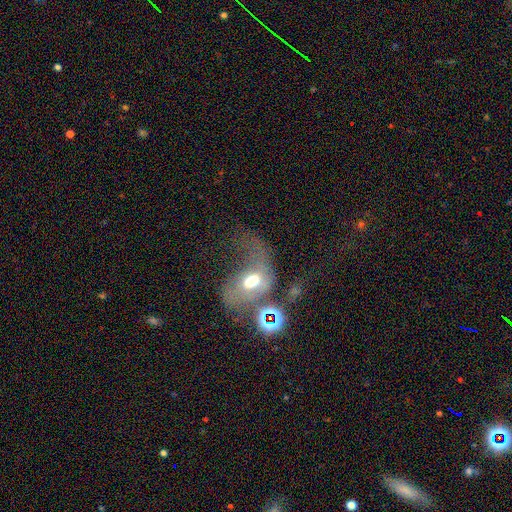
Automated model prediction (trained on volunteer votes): Smooth or featured: featured or disk — 57% (smooth — 28%)
Edge-on disk: no — 95% (yes — 5%)
Bar: no — 68% (weak — 23%)
Spiral arms: yes — 64% (no — 36%)
Bulge size: moderate — 67% (small — 15%)
Merging: major disturbance — 45% (merger — 21%)